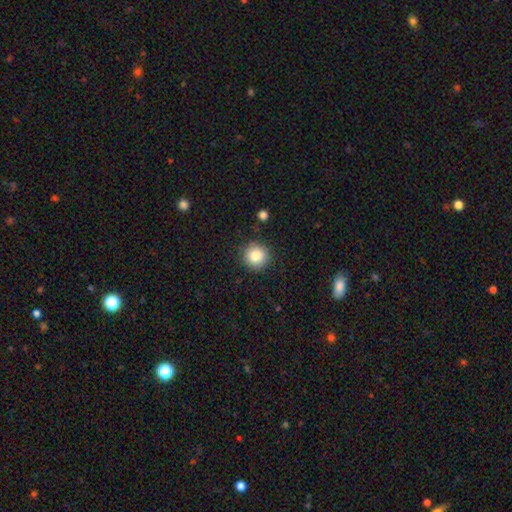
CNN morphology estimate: Smooth or featured? smooth (85%)
How rounded? round (93%)
Merging? none (89%)